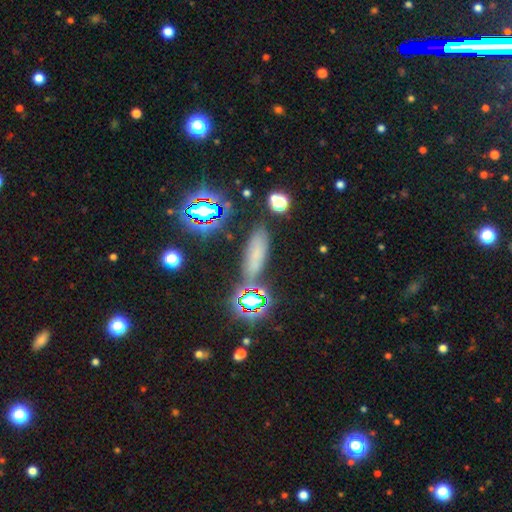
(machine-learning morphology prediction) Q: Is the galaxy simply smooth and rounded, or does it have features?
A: smooth — 53%.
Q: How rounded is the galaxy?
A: cigar-shaped — 51%.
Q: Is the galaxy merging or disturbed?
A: none — 78%.